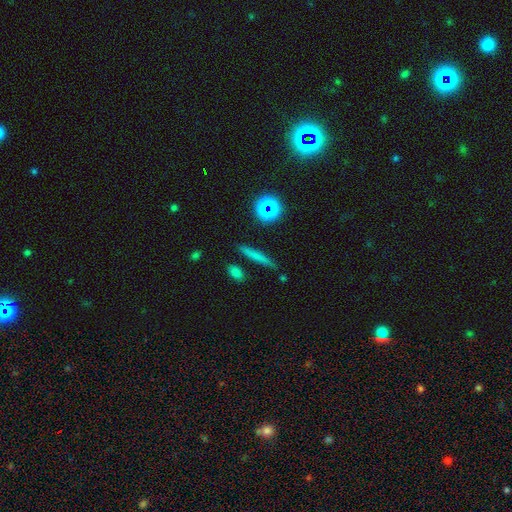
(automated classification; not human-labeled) This appears to be a smooth galaxy with no disk features (67%) that is cigar-shaped (88%). Merging: none (85%).